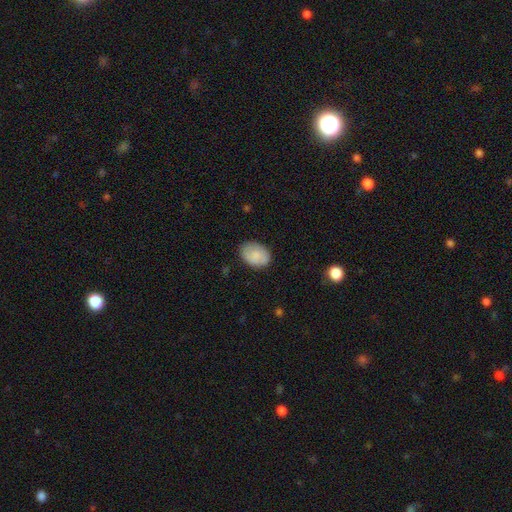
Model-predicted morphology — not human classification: smooth 83%, featured or disk 10%, star or artifact 7%. Down the decision tree: how rounded — in between (80%); merging — none (81%).